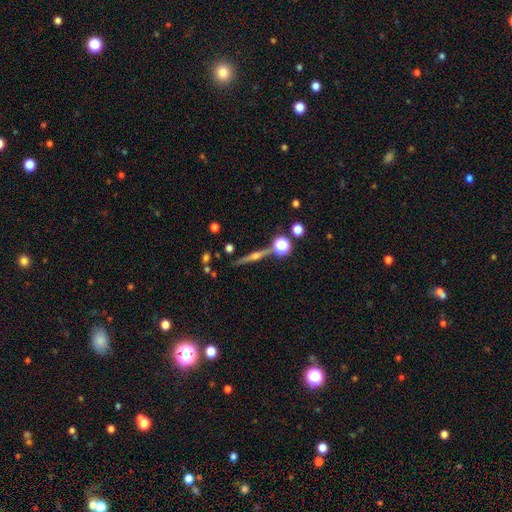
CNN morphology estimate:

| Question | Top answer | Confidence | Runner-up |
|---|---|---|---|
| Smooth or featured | featured or disk | 77% | smooth (13%) |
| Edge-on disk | yes | 97% | no (3%) |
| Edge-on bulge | rounded | 93% | boxy (4%) |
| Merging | none | 83% | minor disturbance (8%) |